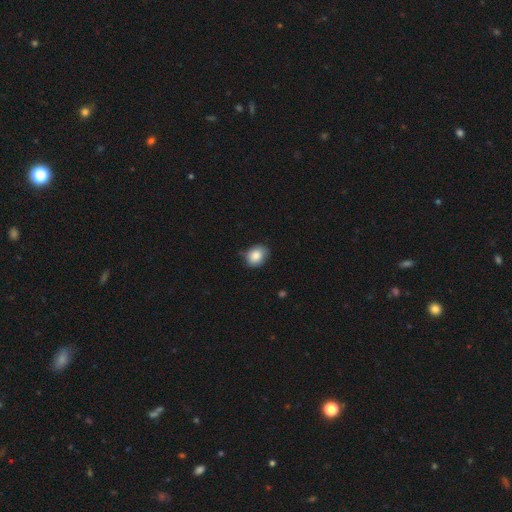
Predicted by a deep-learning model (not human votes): Smooth or featured? smooth (85%)
How rounded? in between (53%)
Merging? none (73%)